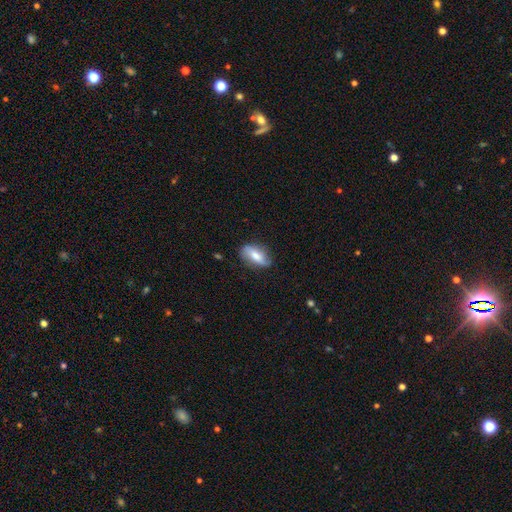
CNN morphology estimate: type=smooth (53%); roundness=in between (84%); merging=none (76%).